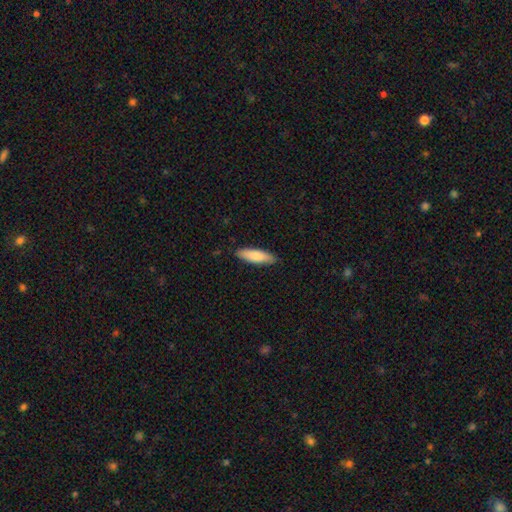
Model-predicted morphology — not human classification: Overall: smooth (83%). How rounded: cigar-shaped (53%; in between 45%). Merging: none (87%).